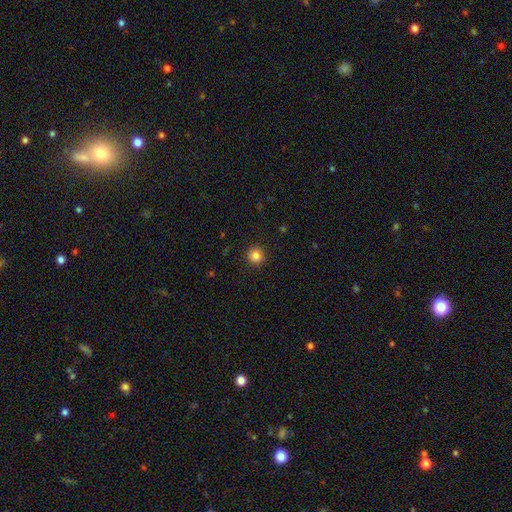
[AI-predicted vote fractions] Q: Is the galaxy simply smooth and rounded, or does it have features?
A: smooth — 84%.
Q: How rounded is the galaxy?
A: round — 94%.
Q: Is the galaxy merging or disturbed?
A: none — 92%.